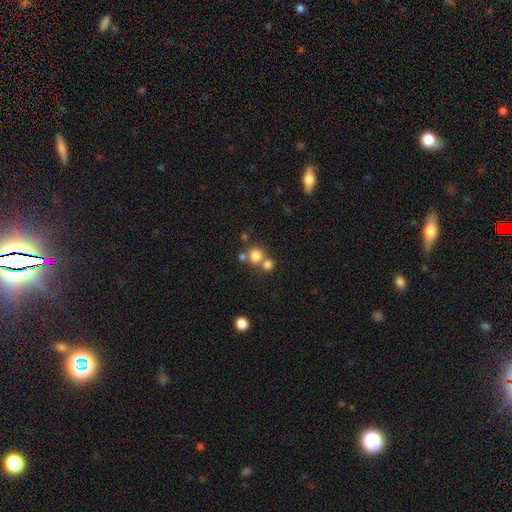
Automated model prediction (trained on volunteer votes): Smooth or featured? smooth (77%)
How rounded? round (89%)
Merging? none (56%)